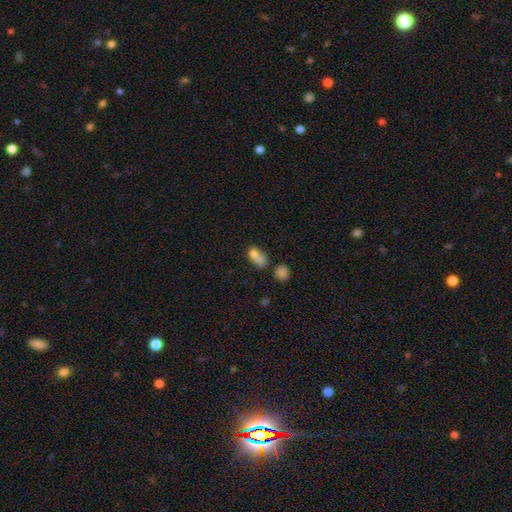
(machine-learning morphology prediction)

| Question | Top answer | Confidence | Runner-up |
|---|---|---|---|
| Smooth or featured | smooth | 73% | featured or disk (15%) |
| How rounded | in between | 61% | round (36%) |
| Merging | merger | 53% | none (25%) |